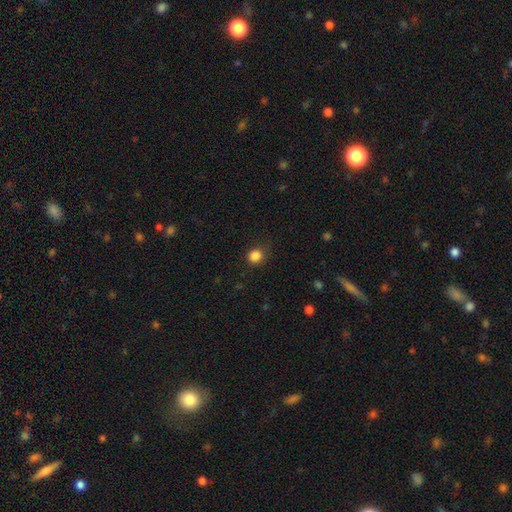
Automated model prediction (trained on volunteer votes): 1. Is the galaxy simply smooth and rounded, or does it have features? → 85% smooth, 12% star or artifact, 3% featured or disk.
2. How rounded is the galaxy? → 83% round, 16% in between, 1% cigar-shaped.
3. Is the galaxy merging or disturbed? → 81% none, 13% minor disturbance, 4% major disturbance, 1% merger.